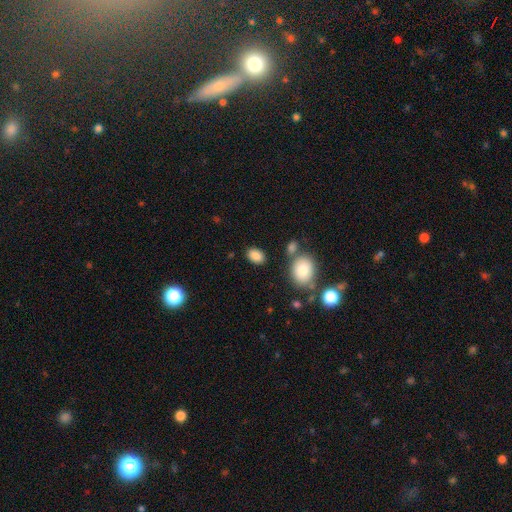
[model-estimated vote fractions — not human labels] smooth_or_featured: smooth (p=0.86) [alt: star or artifact p=0.09]
how_rounded: in between (p=0.84) [alt: round p=0.14]
merging: none (p=0.80) [alt: minor disturbance p=0.11]